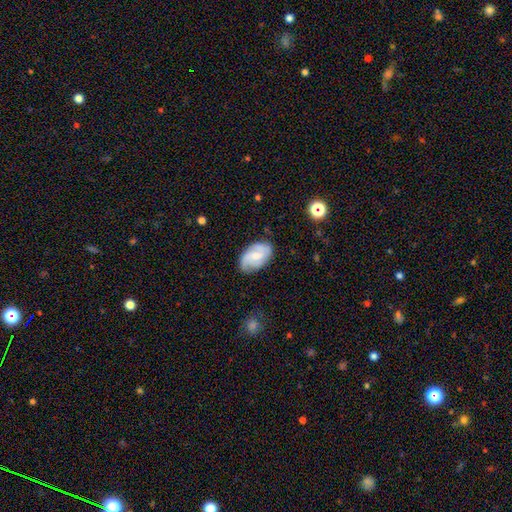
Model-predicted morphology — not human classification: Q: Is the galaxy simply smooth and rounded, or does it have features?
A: featured or disk — 59%.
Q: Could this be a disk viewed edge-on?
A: no — 96%.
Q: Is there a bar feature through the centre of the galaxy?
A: no — 52%.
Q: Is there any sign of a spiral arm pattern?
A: yes — 91%.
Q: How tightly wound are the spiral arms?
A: medium — 44%.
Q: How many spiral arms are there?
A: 2 — 46%.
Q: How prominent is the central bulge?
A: small — 45%.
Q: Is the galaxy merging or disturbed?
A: none — 75%.